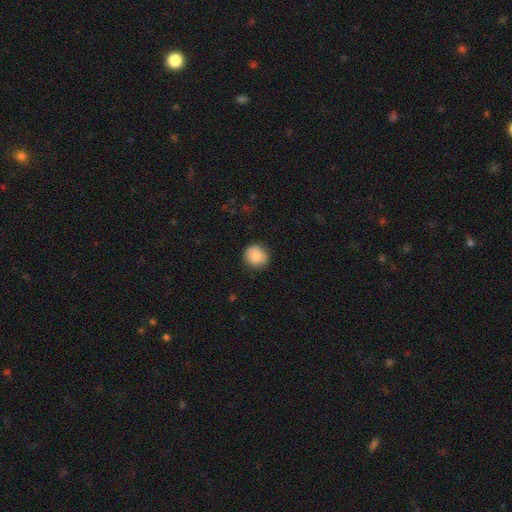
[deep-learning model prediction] A smooth galaxy with no disk features (87%) that is round (89%).

Vote fractions:
- Smooth or featured? smooth: 87% / star or artifact: 7% / featured or disk: 6%
- How rounded? round: 89% / in between: 10% / cigar-shaped: 1%
- Merging? none: 86% / minor disturbance: 10% / major disturbance: 2% / merger: 1%